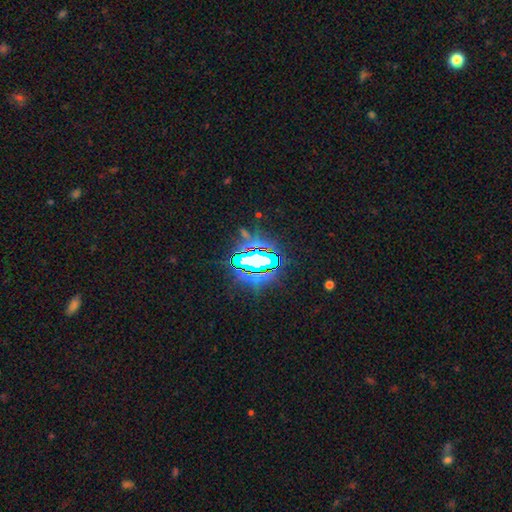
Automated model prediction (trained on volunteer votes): Smooth or featured? star or artifact (81%)